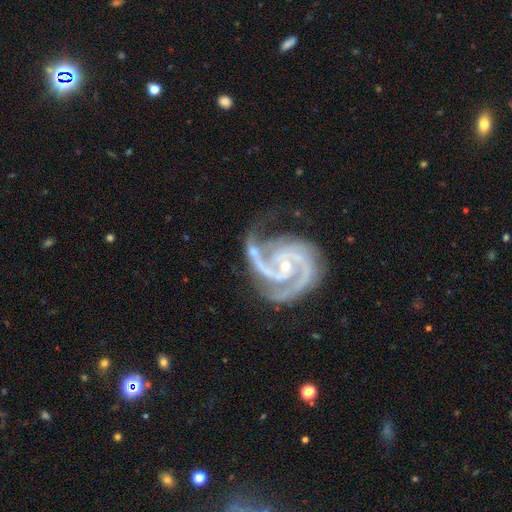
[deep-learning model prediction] smooth_or_featured: featured or disk (p=0.93) [alt: star or artifact p=0.04]
disk_edge_on: no (p=0.98) [alt: yes p=0.02]
bar: no (p=0.52) [alt: weak p=0.34]
has_spiral_arms: yes (p=0.99) [alt: no p=0.01]
spiral_winding: tight (p=0.50) [alt: medium p=0.44]
spiral_arm_count: 2 (p=0.49) [alt: 3 p=0.33]
bulge_size: small (p=0.62) [alt: moderate p=0.35]
merging: none (p=0.54) [alt: minor disturbance p=0.26]